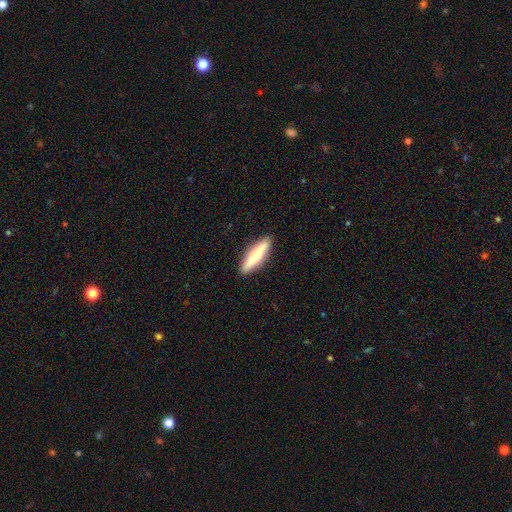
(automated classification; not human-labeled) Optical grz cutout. It shows a smooth galaxy with no disk features (65%) that is cigar-shaped (82%). Merging: none (90%).